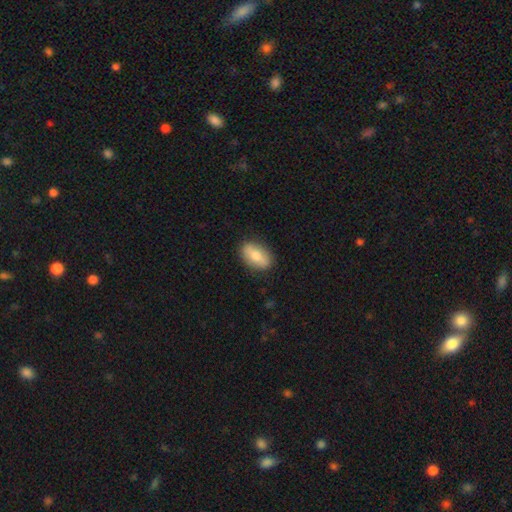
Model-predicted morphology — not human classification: smooth-or-featured: smooth: 71% | featured or disk: 22% | star or artifact: 6%
  how-rounded: in between: 89% | round: 7% | cigar-shaped: 4%
  merging: none: 85% | minor disturbance: 11% | major disturbance: 3% | merger: 1%